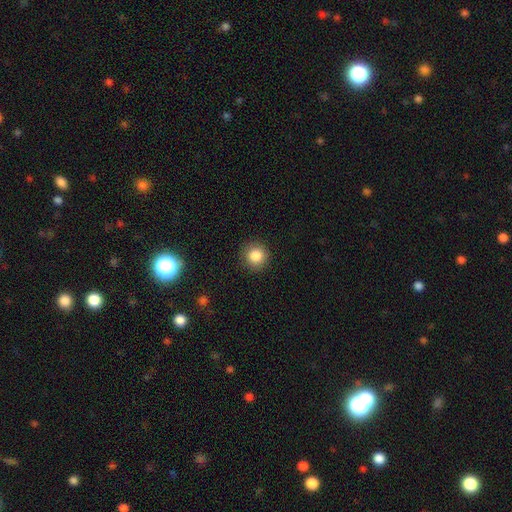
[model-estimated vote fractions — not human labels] Q: Smooth or featured?
A: smooth (85%); runner-up: star or artifact (10%)
Q: How rounded?
A: round (93%); runner-up: in between (6%)
Q: Merging?
A: none (90%); runner-up: minor disturbance (7%)